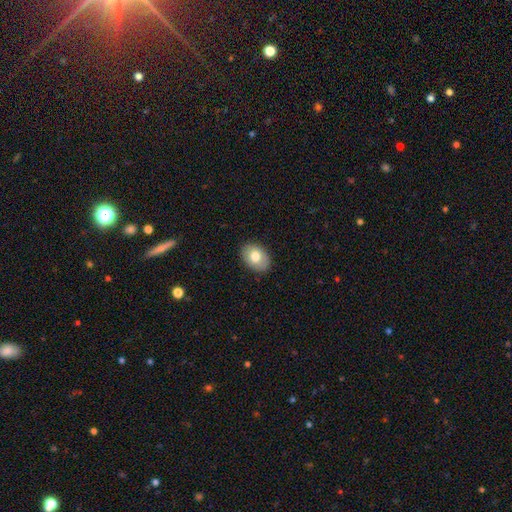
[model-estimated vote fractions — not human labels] A smooth galaxy with no disk features (76%) that is in between round and cigar-shaped (78%).

Vote fractions:
- Smooth or featured? smooth: 76% / featured or disk: 17% / star or artifact: 7%
- How rounded? in between: 78% / round: 21% / cigar-shaped: 1%
- Merging? none: 88% / minor disturbance: 9% / major disturbance: 2% / merger: 1%